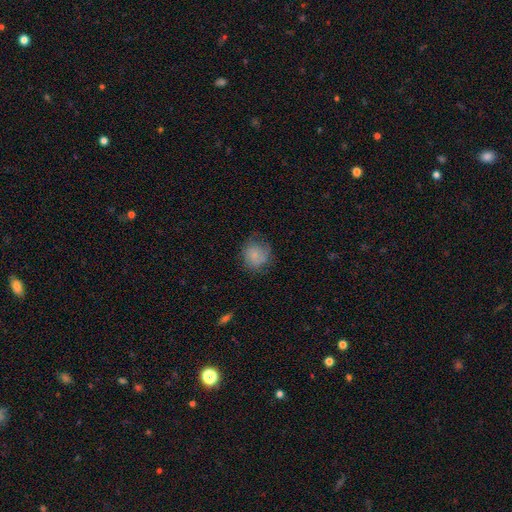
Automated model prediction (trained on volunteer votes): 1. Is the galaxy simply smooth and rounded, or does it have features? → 76% smooth, 15% featured or disk, 9% star or artifact.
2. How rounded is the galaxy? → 81% round, 18% in between, 1% cigar-shaped.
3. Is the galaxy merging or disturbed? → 62% none, 25% minor disturbance, 11% major disturbance, 2% merger.